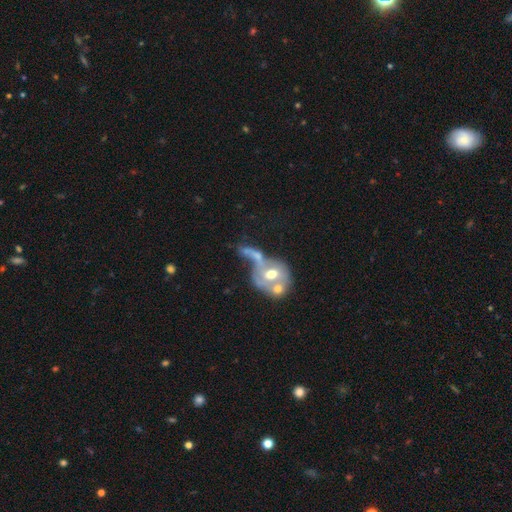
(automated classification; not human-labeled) This appears to be a featured or disk galaxy (53%). Merging: merger (59%).